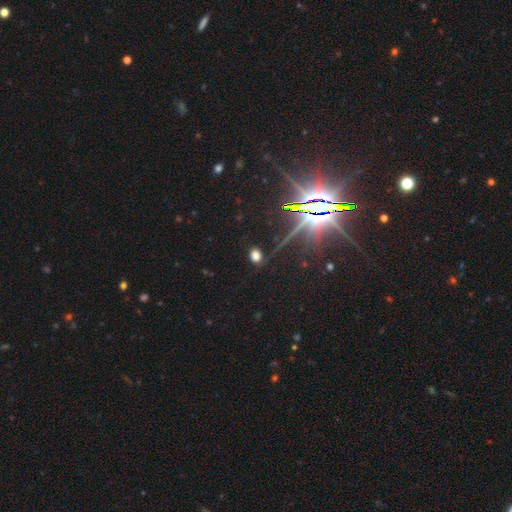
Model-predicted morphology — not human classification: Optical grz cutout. It shows a smooth galaxy with no disk features (63%) that is in between round and cigar-shaped (56%). Merging: none (84%).